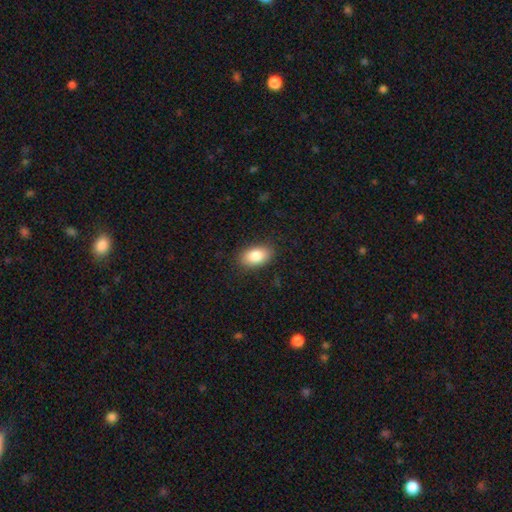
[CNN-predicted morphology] Q: Smooth or featured?
A: smooth (85%); runner-up: featured or disk (8%)
Q: How rounded?
A: in between (92%); runner-up: round (6%)
Q: Merging?
A: none (87%); runner-up: minor disturbance (10%)